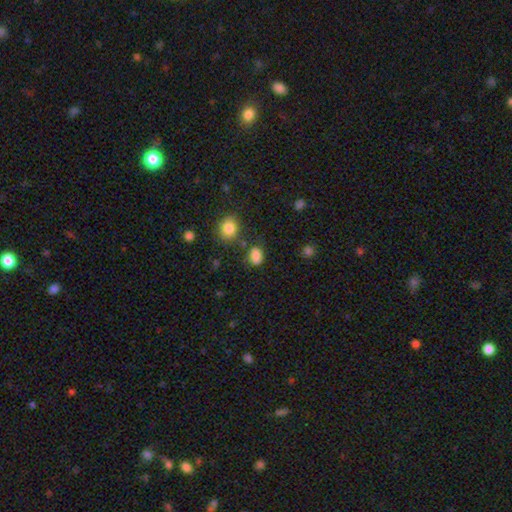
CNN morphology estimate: The model was most divided on "merging": none: 67%, minor disturbance: 19%, merger: 7%, major disturbance: 6%. More confident: smooth or featured — smooth (83%); how rounded — in between (76%).